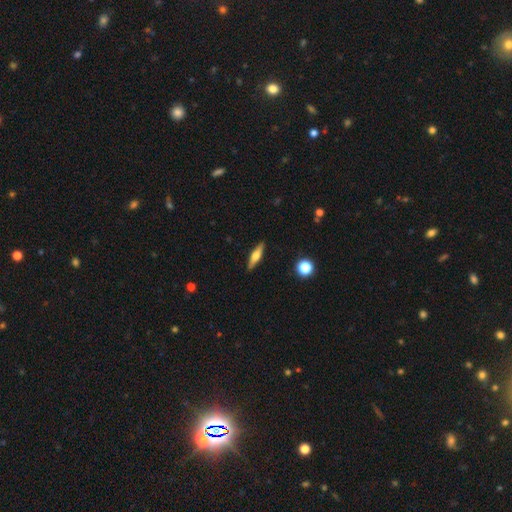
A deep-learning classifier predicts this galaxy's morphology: Q: Smooth or featured?
A: featured or disk (53%); runner-up: smooth (40%)
Q: Edge-on disk?
A: yes (95%); runner-up: no (5%)
Q: Edge-on bulge?
A: rounded (89%); runner-up: boxy (8%)
Q: Merging?
A: none (89%); runner-up: minor disturbance (8%)